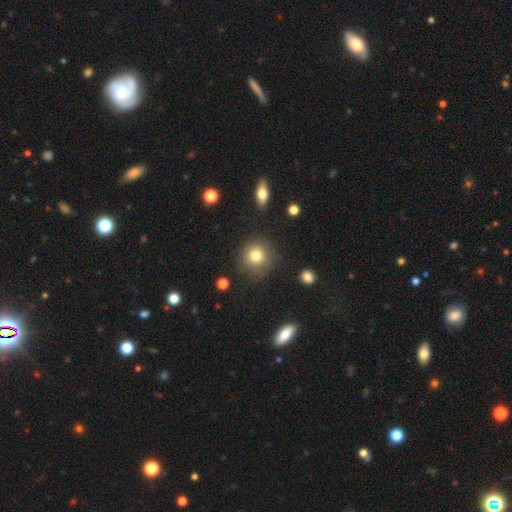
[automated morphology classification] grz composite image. It shows a smooth galaxy with no disk features (80%) that is round (90%). Merging: none (81%).